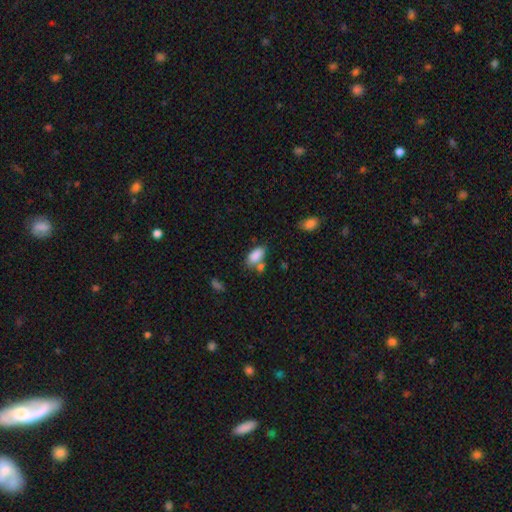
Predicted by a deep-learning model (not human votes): Smooth or featured: smooth — 85% (star or artifact — 9%)
How rounded: in between — 92% (cigar-shaped — 4%)
Merging: none — 55% (merger — 20%)